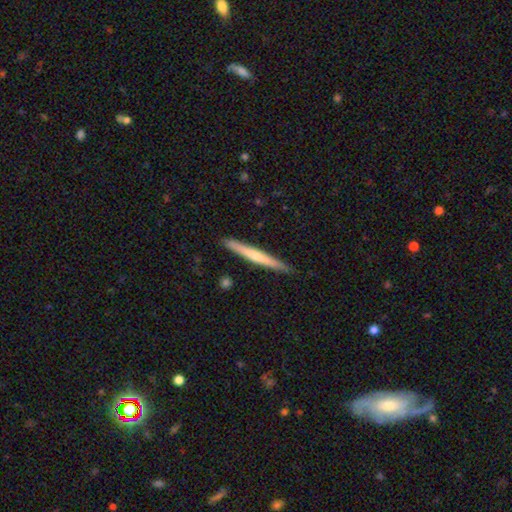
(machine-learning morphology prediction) Smooth or featured? Predicted: smooth (p=0.51). How rounded? Predicted: cigar-shaped (p=0.97). Merging? Predicted: none (p=0.89).